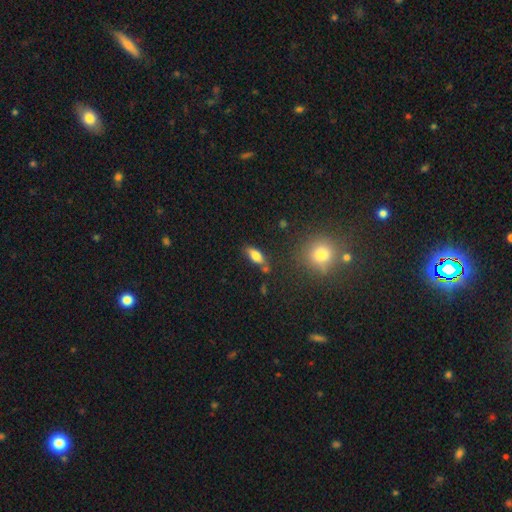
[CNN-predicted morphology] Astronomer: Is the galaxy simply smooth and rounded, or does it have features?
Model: smooth — 77%.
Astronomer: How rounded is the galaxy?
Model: in between — 75%.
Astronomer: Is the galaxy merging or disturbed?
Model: none — 71%.